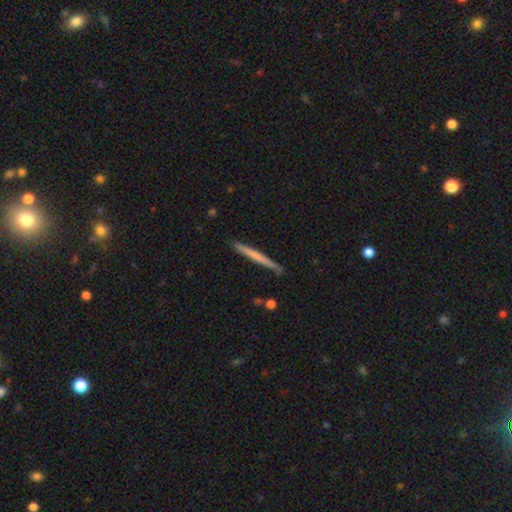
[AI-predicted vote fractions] Smooth or featured? Predicted: smooth (p=0.52). How rounded? Predicted: cigar-shaped (p=0.97). Merging? Predicted: none (p=0.89).